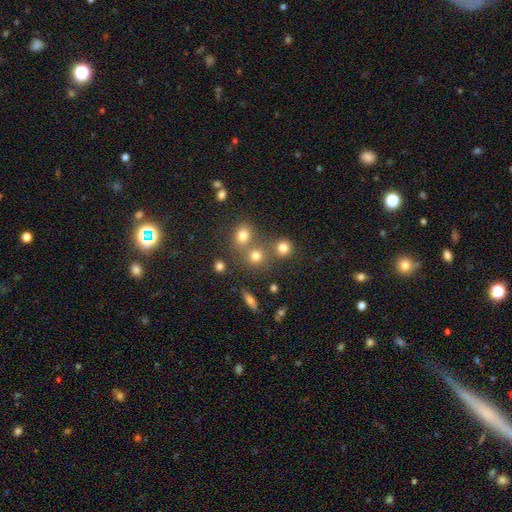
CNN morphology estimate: Q: Smooth or featured?
A: smooth (75%); runner-up: star or artifact (16%)
Q: How rounded?
A: round (82%); runner-up: in between (17%)
Q: Merging?
A: none (58%); runner-up: merger (30%)